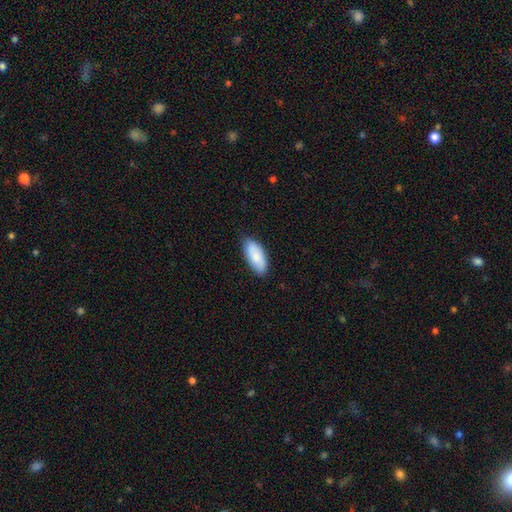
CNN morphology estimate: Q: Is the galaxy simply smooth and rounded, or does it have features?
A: smooth — 81%.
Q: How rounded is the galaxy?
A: in between — 89%.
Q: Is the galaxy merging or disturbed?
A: none — 81%.